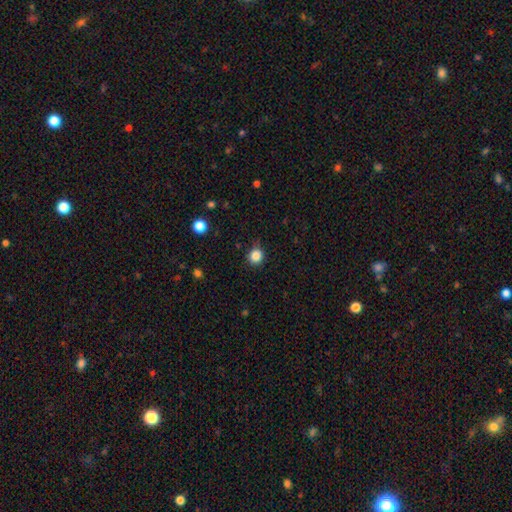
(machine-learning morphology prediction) Smooth or featured? smooth (85%)
How rounded? round (89%)
Merging? none (84%)